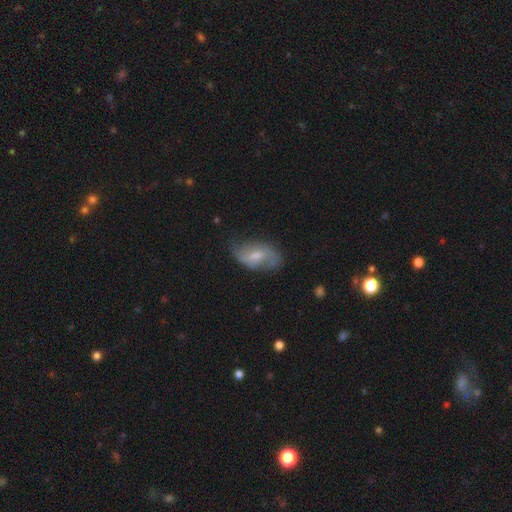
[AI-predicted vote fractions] Overall: featured or disk (64%; smooth 28%). Edge-on disk: no (95%). Bar: weak (55%; no 31%). Spiral arms: yes (87%). Spiral arm count: 2 (82%). Spiral winding: loose (54%; medium 34%). Bulge size: moderate (49%; small 39%). Merging: none (66%).